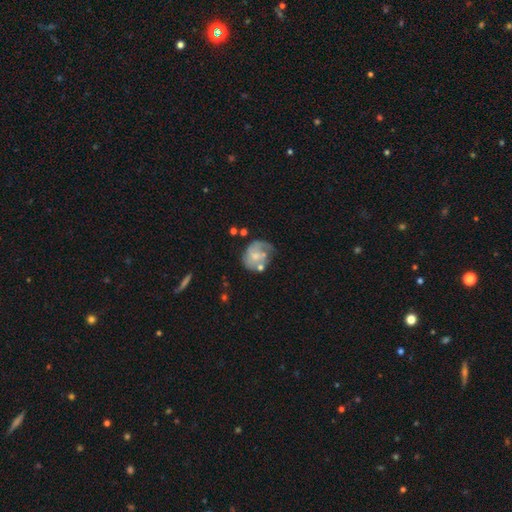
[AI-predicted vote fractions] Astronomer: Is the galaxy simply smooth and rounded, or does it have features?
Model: featured or disk — 51% (runner-up: smooth, 41%).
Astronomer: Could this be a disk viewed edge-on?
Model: no — 98%.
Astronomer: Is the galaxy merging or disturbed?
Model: none — 40% (runner-up: minor disturbance, 27%).